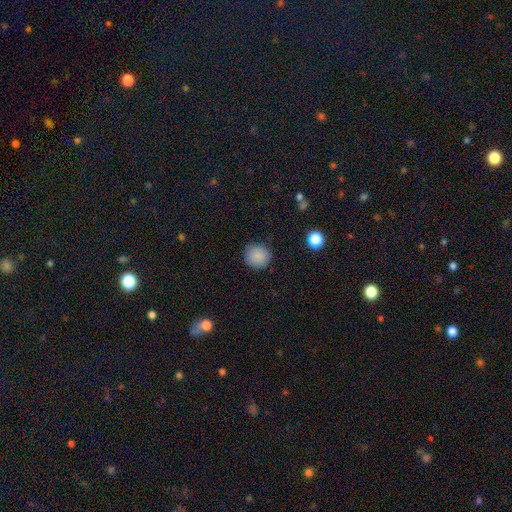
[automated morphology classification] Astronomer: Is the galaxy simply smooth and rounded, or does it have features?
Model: smooth — 87%.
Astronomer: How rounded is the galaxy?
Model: round — 92%.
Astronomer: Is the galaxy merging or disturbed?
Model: none — 88%.